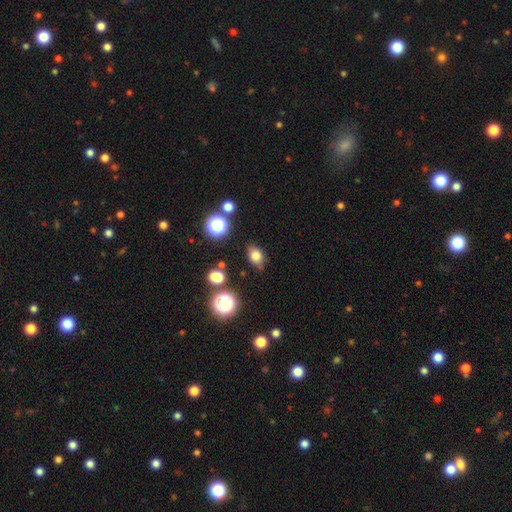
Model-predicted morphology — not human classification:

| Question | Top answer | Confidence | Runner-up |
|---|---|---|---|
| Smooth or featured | smooth | 77% | star or artifact (14%) |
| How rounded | in between | 73% | round (26%) |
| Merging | none | 78% | minor disturbance (16%) |